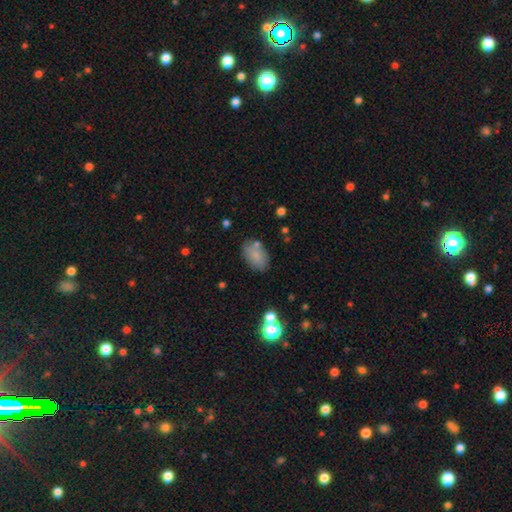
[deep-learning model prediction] This appears to be a smooth galaxy with no disk features (81%) that is in between round and cigar-shaped (91%). Merging: none (73%).